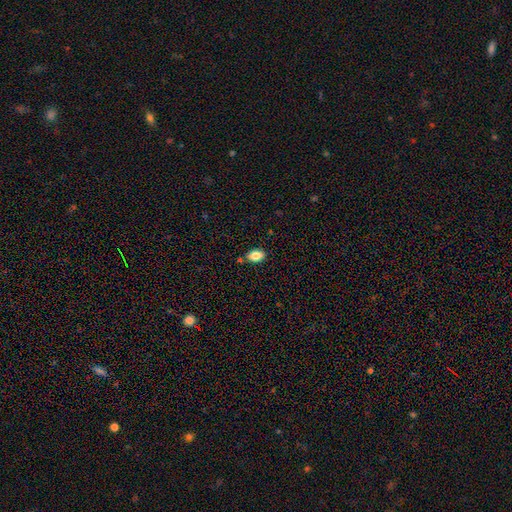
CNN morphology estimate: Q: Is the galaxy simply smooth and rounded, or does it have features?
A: smooth — 84%.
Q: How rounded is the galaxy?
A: in between — 87%.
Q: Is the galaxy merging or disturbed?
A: none — 80%.